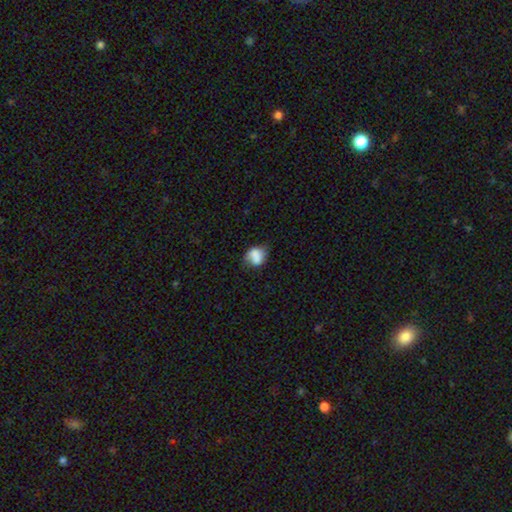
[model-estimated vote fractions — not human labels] smooth_or_featured: smooth (p=0.73) [alt: featured or disk p=0.18]
how_rounded: round (p=0.52) [alt: in between p=0.46]
merging: none (p=0.46) [alt: minor disturbance p=0.32]